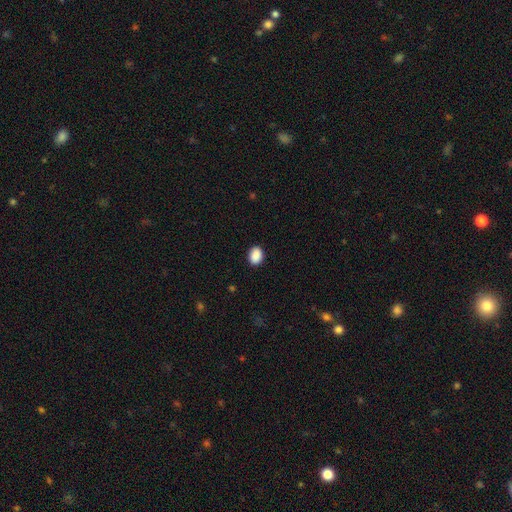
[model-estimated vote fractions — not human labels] Overall: smooth (90%). How rounded: in between (71%). Merging: none (89%).